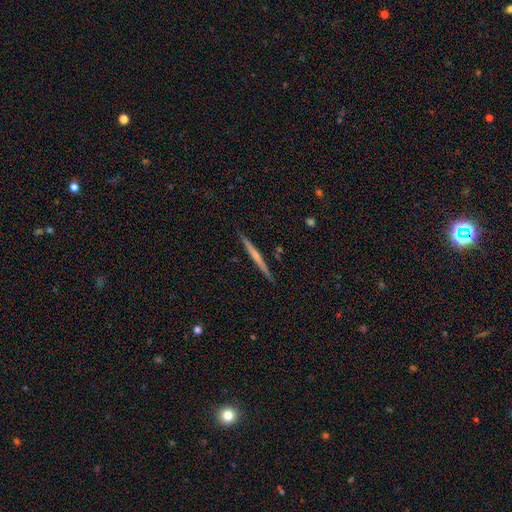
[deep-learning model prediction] Smooth or featured? Predicted: featured or disk (p=0.57). Edge-on disk? Predicted: yes (p=0.98). Edge-on bulge? Predicted: none (p=0.66). Merging? Predicted: none (p=0.90).